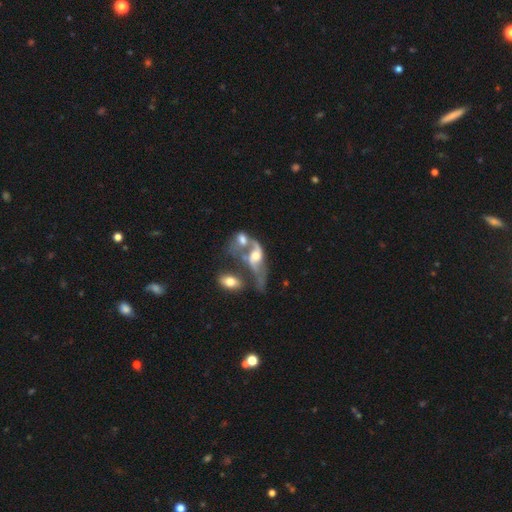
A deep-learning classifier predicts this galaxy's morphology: Smooth or featured: featured or disk — 74% (smooth — 18%)
Edge-on disk: no — 92% (yes — 8%)
Bar: no — 58% (weak — 31%)
Spiral arms: yes — 79% (no — 21%)
Spiral winding: loose — 71% (medium — 22%)
Spiral arm count: 2 — 78% (1 — 9%)
Bulge size: moderate — 56% (small — 19%)
Merging: merger — 55% (major disturbance — 20%)